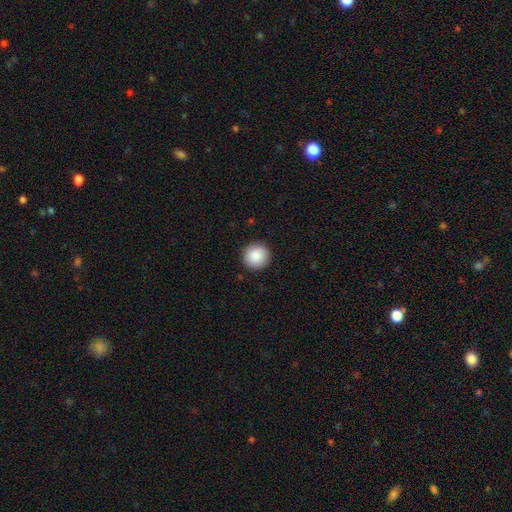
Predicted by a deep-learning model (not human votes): The model was most divided on "smooth or featured": smooth: 89%, star or artifact: 8%, featured or disk: 4%. More confident: how rounded — round (94%); merging — none (92%).